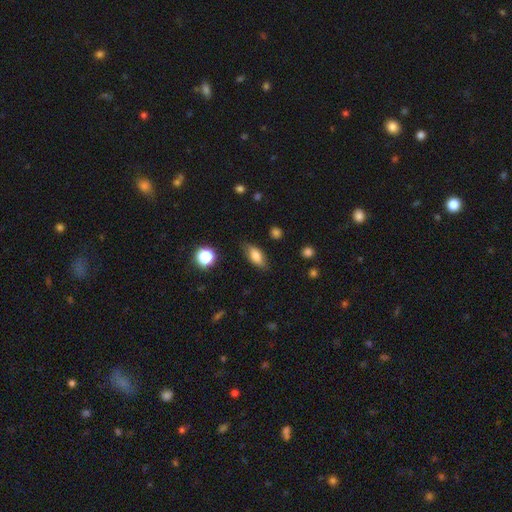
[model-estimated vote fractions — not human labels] Smooth or featured: smooth — 77% (featured or disk — 15%)
How rounded: in between — 82% (cigar-shaped — 13%)
Merging: none — 82% (minor disturbance — 13%)